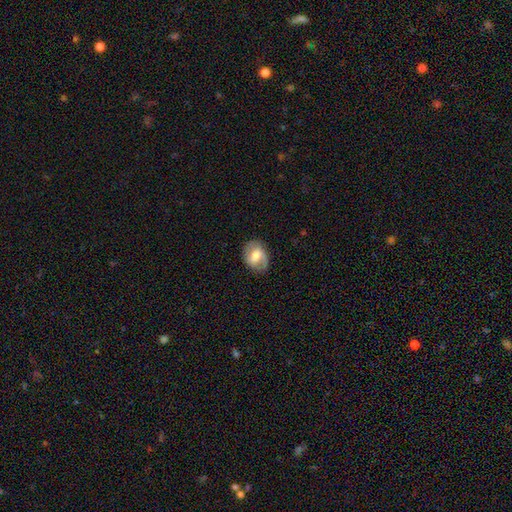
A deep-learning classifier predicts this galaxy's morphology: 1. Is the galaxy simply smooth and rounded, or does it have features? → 53% featured or disk, 40% smooth, 7% star or artifact.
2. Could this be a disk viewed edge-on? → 96% no, 4% yes.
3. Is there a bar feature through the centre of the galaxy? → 49% weak, 30% no, 22% strong.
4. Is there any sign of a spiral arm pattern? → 79% yes, 21% no.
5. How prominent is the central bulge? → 61% moderate, 20% small, 15% large, 3% none, 2% dominant.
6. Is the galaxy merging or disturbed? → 77% none, 16% minor disturbance, 5% major disturbance, 1% merger.